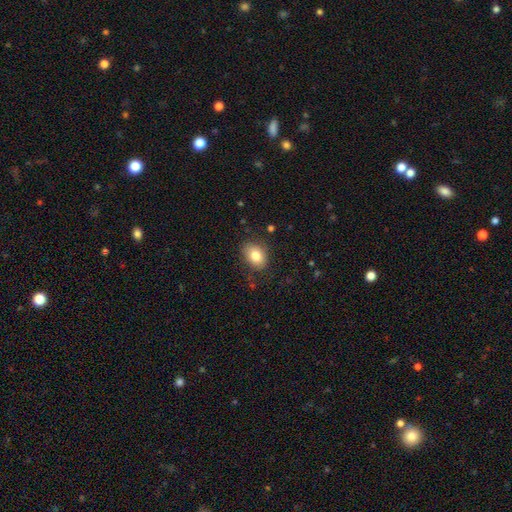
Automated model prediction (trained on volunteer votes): Smooth or featured: smooth — 82% (featured or disk — 9%)
How rounded: in between — 75% (round — 24%)
Merging: none — 80% (minor disturbance — 15%)